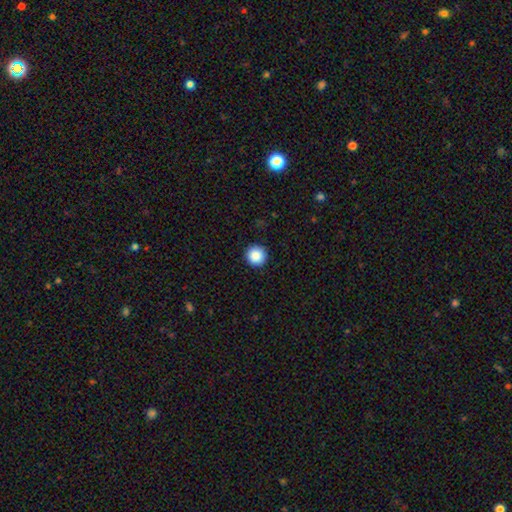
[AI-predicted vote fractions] A smooth galaxy with no disk features (88%) that is round (96%).

Vote fractions:
- Smooth or featured? smooth: 88% / star or artifact: 9% / featured or disk: 3%
- How rounded? round: 96% / in between: 3% / cigar-shaped: 1%
- Merging? none: 93% / minor disturbance: 5% / major disturbance: 2% / merger: 1%